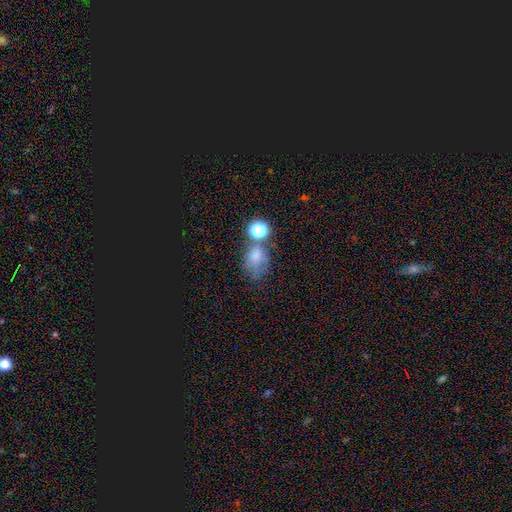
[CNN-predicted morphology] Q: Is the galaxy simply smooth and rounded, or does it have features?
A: smooth — 54%.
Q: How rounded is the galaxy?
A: in between — 54%.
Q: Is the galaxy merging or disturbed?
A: none — 38%.